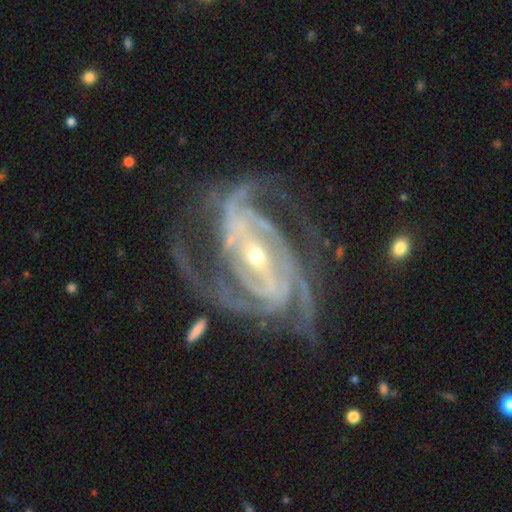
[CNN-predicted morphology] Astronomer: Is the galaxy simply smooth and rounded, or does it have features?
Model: featured or disk — 93%.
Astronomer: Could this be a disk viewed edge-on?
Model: no — 97%.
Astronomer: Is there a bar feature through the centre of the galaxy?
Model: strong — 58%.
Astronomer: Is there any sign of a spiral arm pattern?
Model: yes — 98%.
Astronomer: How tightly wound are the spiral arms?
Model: tight — 50% (runner-up: medium, 42%).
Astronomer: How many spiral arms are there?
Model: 3 — 33% (runner-up: 4, 23%).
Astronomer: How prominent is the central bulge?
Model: small — 65%.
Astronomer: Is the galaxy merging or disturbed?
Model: none — 62%.